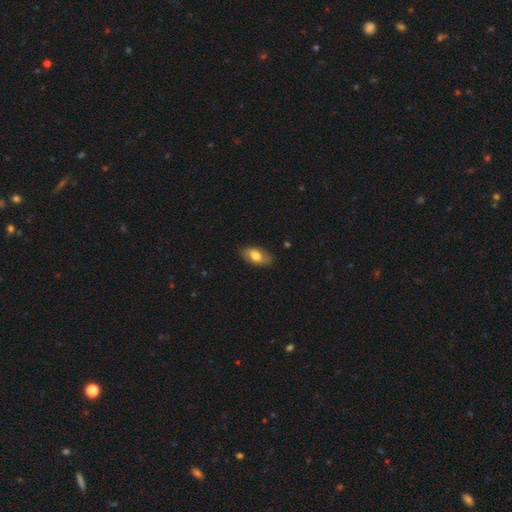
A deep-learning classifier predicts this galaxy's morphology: Smooth or featured? smooth (74%)
How rounded? in between (92%)
Merging? none (84%)